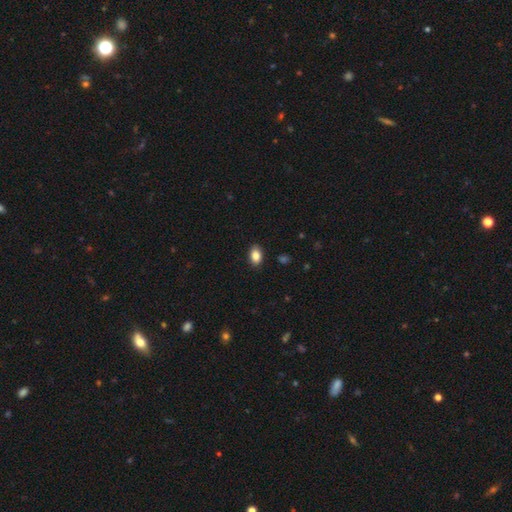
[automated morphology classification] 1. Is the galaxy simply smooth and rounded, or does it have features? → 86% smooth, 8% star or artifact, 6% featured or disk.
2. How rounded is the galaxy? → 87% in between, 12% round, 1% cigar-shaped.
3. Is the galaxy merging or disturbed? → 88% none, 9% minor disturbance, 2% major disturbance, 1% merger.